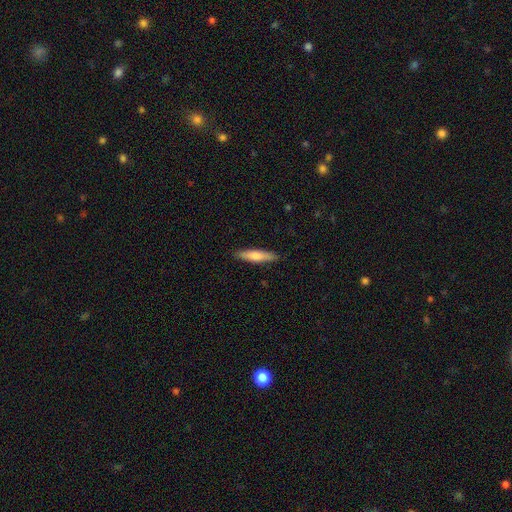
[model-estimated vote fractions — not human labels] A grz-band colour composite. It shows a smooth galaxy with no disk features (73%) that is cigar-shaped (84%). Merging: none (89%).